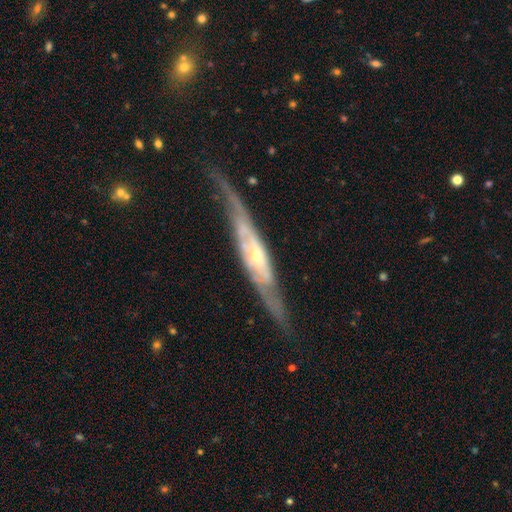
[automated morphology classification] Smooth or featured? featured or disk (84%)
Edge-on disk? yes (58%)
Merging? none (66%)